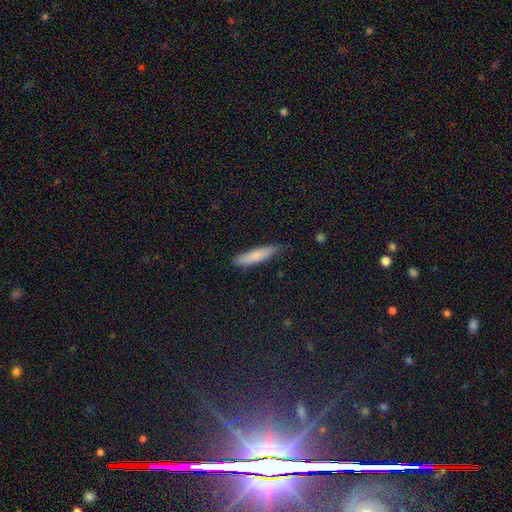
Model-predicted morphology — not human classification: Q: Smooth or featured?
A: smooth (80%); runner-up: featured or disk (13%)
Q: How rounded?
A: cigar-shaped (85%); runner-up: in between (14%)
Q: Merging?
A: none (78%); runner-up: minor disturbance (18%)